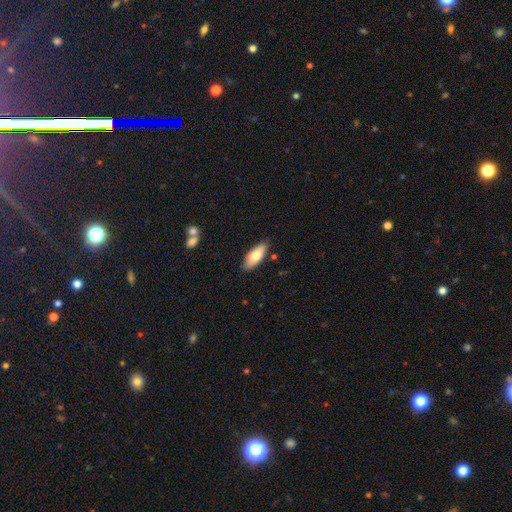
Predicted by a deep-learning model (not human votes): smooth 72%, featured or disk 22%, star or artifact 6%. Down the decision tree: how rounded — in between (77%); merging — none (83%).